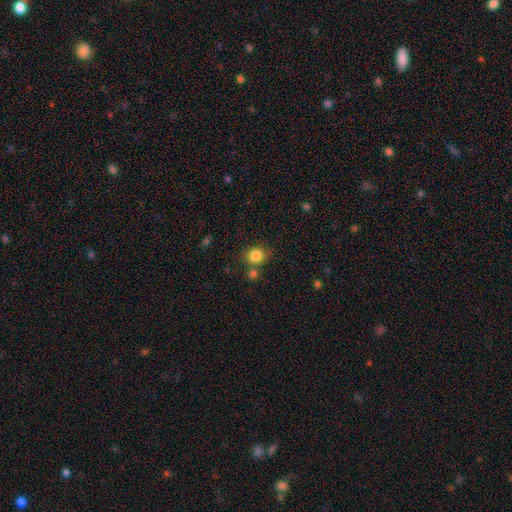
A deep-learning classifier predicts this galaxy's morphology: Smooth or featured? Predicted: smooth (p=0.85). How rounded? Predicted: round (p=0.82). Merging? Predicted: none (p=0.71).